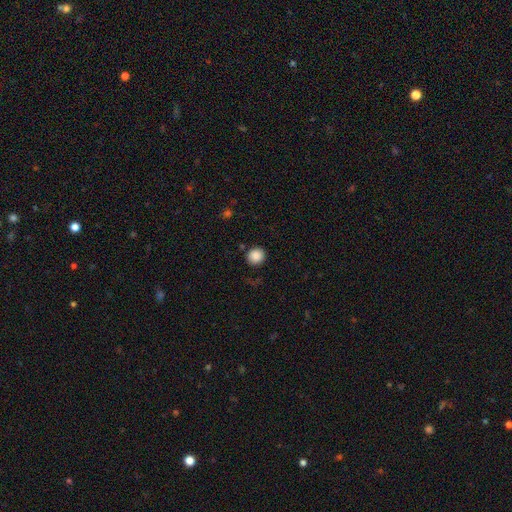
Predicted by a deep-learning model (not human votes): This appears to be a smooth galaxy with no disk features (88%) that is round (88%). Merging: none (86%).